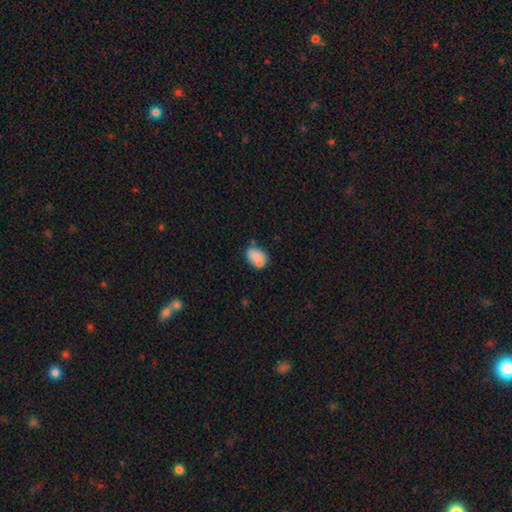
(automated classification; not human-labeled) Smooth or featured: smooth — 78% (featured or disk — 13%)
How rounded: in between — 72% (round — 27%)
Merging: none — 52% (merger — 22%)